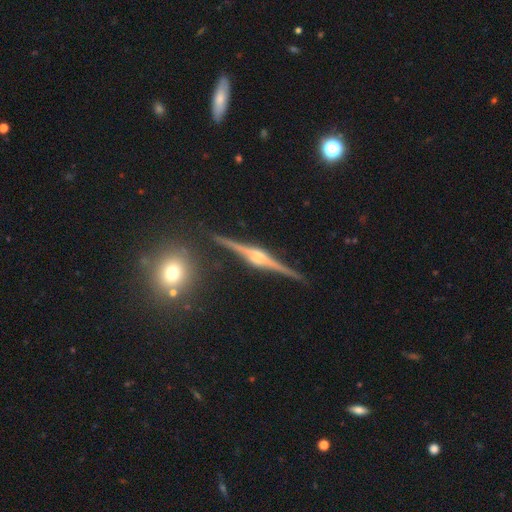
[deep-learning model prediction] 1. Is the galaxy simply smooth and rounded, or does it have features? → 90% featured or disk, 5% star or artifact, 5% smooth.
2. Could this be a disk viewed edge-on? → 98% yes, 2% no.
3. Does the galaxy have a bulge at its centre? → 83% rounded, 13% boxy, 3% none.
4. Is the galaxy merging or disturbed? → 91% none, 6% minor disturbance, 1% merger, 1% major disturbance.